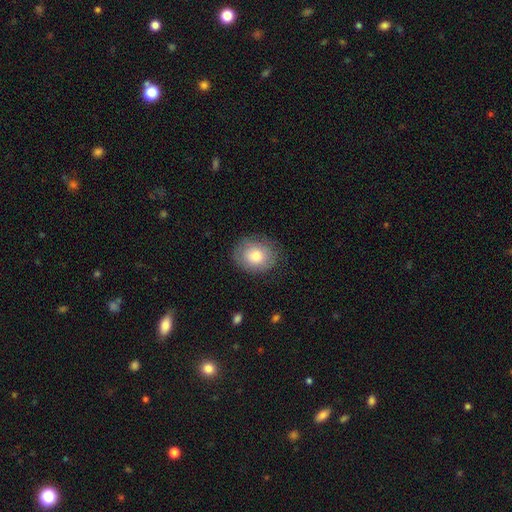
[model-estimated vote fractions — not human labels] The model was most divided on "how rounded": round: 60%, in between: 39%, cigar-shaped: 1%. More confident: merging — none (81%); smooth or featured — smooth (74%).